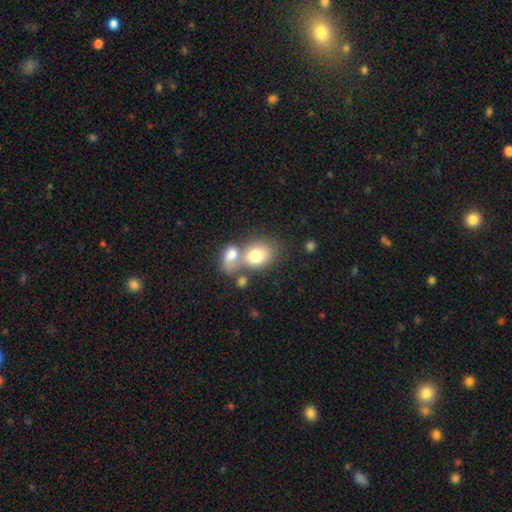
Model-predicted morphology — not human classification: smooth-or-featured: smooth: 76% | featured or disk: 16% | star or artifact: 9%
  how-rounded: in between: 60% | round: 38% | cigar-shaped: 1%
  merging: merger: 51% | none: 33% | minor disturbance: 10% | major disturbance: 5%